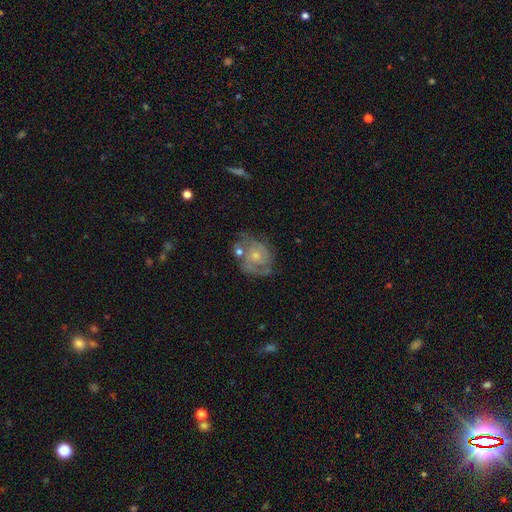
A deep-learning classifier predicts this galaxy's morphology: smooth_or_featured: featured or disk (p=0.78) [alt: smooth p=0.16]
disk_edge_on: no (p=0.98) [alt: yes p=0.02]
bar: no (p=0.75) [alt: weak p=0.22]
has_spiral_arms: yes (p=0.90) [alt: no p=0.10]
spiral_winding: tight (p=0.49) [alt: medium p=0.39]
spiral_arm_count: 2 (p=0.55) [alt: can't tell p=0.20]
bulge_size: small (p=0.62) [alt: moderate p=0.32]
merging: none (p=0.52) [alt: minor disturbance p=0.21]